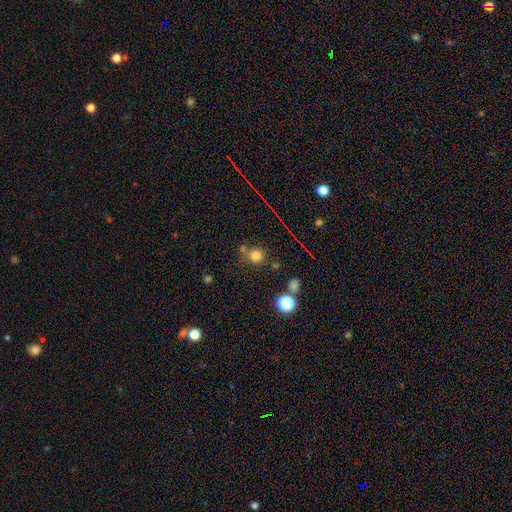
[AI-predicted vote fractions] smooth-or-featured: smooth: 75% | star or artifact: 18% | featured or disk: 7%
  how-rounded: round: 87% | in between: 12% | cigar-shaped: 1%
  merging: none: 69% | merger: 16% | minor disturbance: 11% | major disturbance: 4%